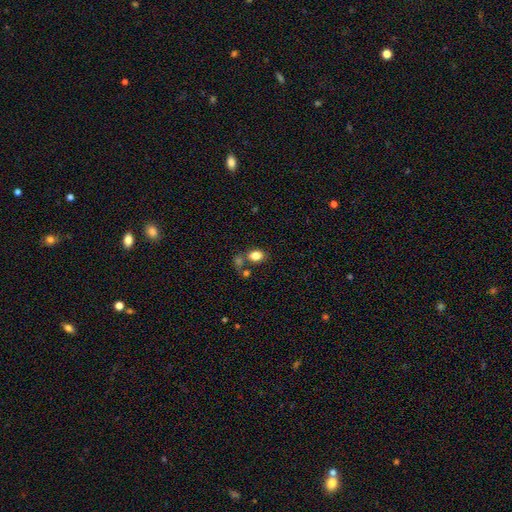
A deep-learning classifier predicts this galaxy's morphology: smooth 83%, star or artifact 11%, featured or disk 7%. Down the decision tree: how rounded — in between (60%); merging — none (60%).